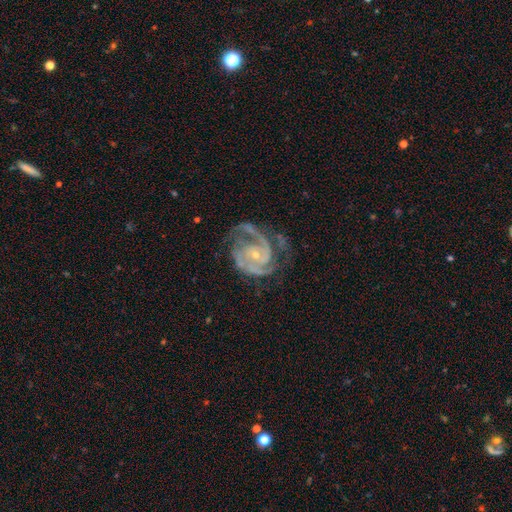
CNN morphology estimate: Smooth or featured? featured or disk (92%)
Edge-on disk? no (98%)
Bar? no (68%)
Spiral arms? yes (98%)
Spiral winding? tight (51%)
Spiral arm count? 2 (59%)
Bulge size? small (76%)
Merging? none (60%)